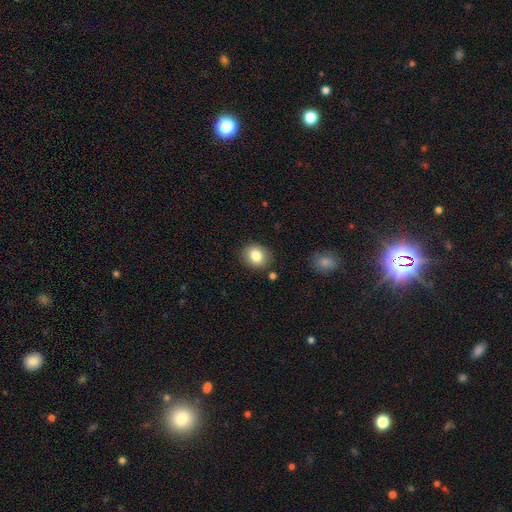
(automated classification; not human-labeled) Smooth or featured? Predicted: smooth (p=0.83). How rounded? Predicted: round (p=0.60). Merging? Predicted: none (p=0.84).